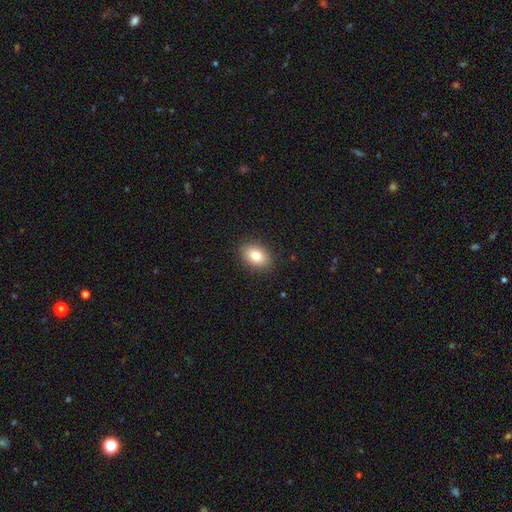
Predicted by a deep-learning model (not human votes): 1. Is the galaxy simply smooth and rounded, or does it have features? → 82% smooth, 10% featured or disk, 8% star or artifact.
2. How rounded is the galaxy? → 79% in between, 20% round, 1% cigar-shaped.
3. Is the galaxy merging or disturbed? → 89% none, 8% minor disturbance, 2% major disturbance, 1% merger.